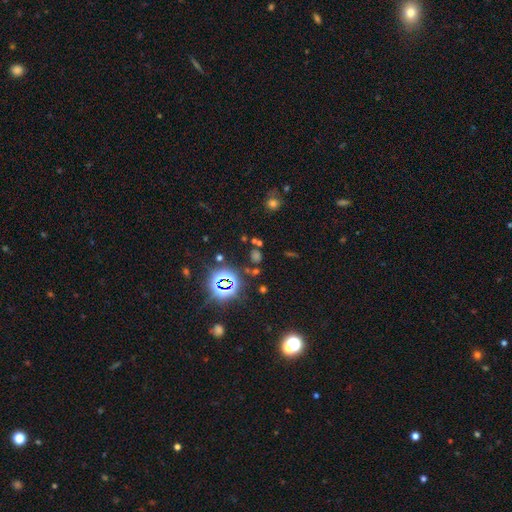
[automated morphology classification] type=star or artifact (67%).